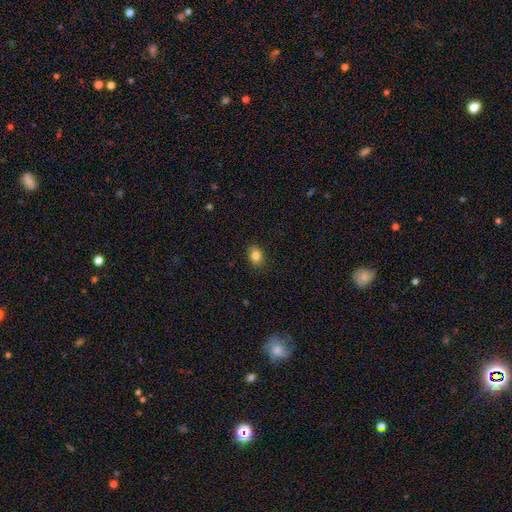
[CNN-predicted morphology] Smooth or featured?
  - smooth: 84% *
  - star or artifact: 10%
  - featured or disk: 6%
How rounded?
  - in between: 69% *
  - round: 30%
  - cigar-shaped: 1%
Merging?
  - none: 88% *
  - minor disturbance: 9%
  - major disturbance: 2%
  - merger: 1%